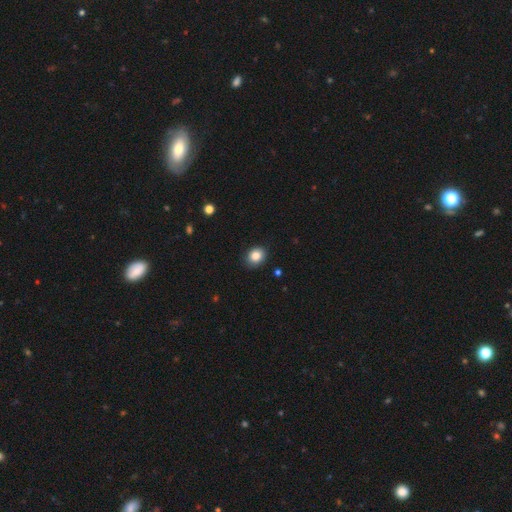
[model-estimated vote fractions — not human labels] Smooth or featured? smooth (85%)
How rounded? round (59%)
Merging? none (86%)